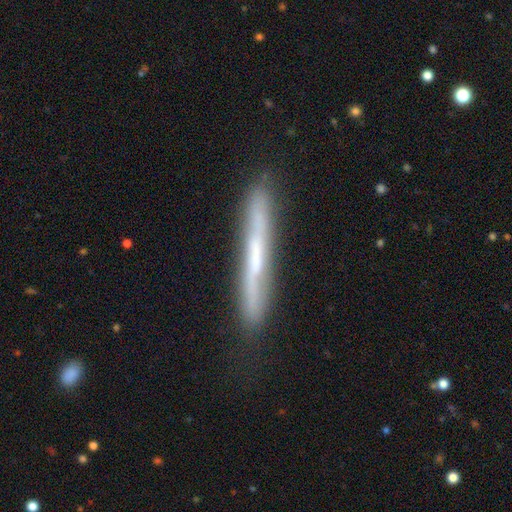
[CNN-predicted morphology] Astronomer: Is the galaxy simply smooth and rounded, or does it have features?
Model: featured or disk — 61%.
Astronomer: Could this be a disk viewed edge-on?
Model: yes — 88%.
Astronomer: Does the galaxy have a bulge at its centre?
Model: none — 72%.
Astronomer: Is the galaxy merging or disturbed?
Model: none — 82%.